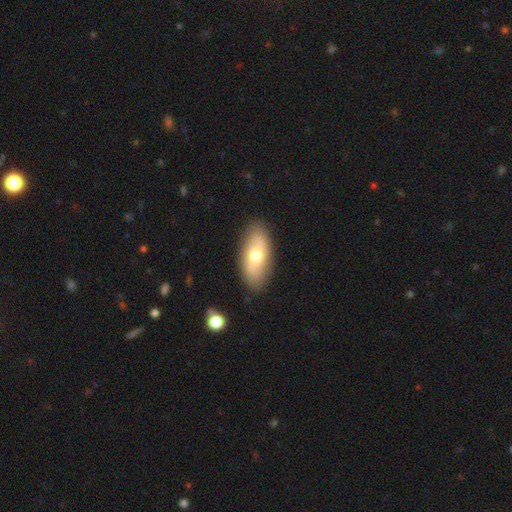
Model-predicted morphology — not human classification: Smooth or featured? Predicted: smooth (p=0.62). How rounded? Predicted: in between (p=0.89). Merging? Predicted: none (p=0.86).